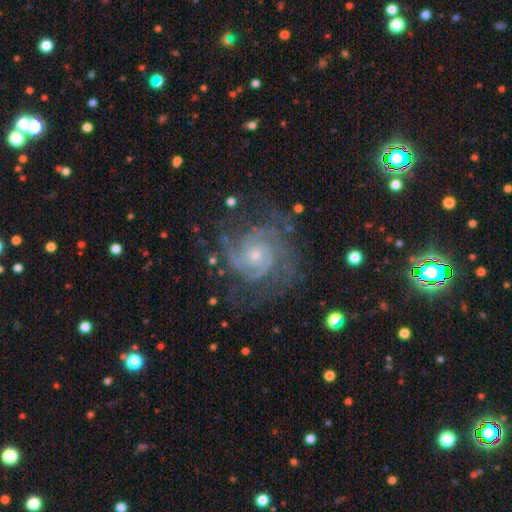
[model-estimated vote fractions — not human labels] Morphology: type=featured or disk (89%); edge-on=no (98%); bar=no (74%); spiral arms=yes (97%); winding=tight (60%); arm count=3 (29%); bulge=small (66%); merging=none (69%).